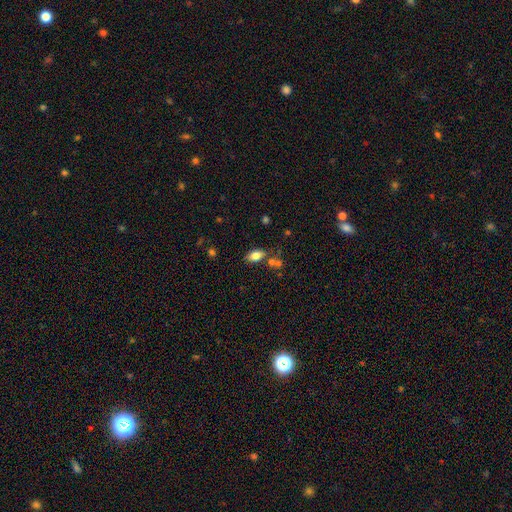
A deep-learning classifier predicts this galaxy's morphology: Smooth or featured? Predicted: smooth (p=0.78). How rounded? Predicted: in between (p=0.89). Merging? Predicted: none (p=0.68).